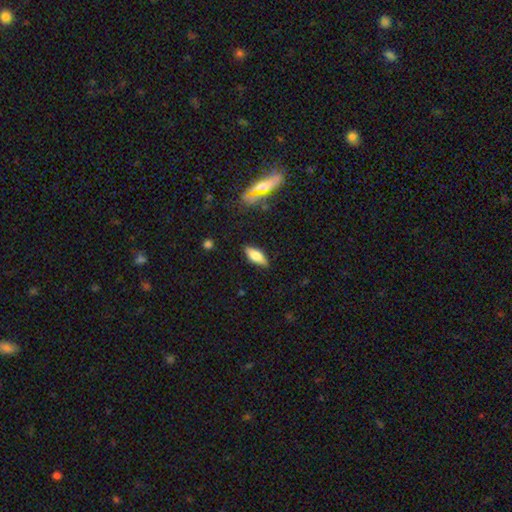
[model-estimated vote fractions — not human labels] A smooth galaxy with no disk features (61%) that is in between round and cigar-shaped (67%). Merging: none (86%).